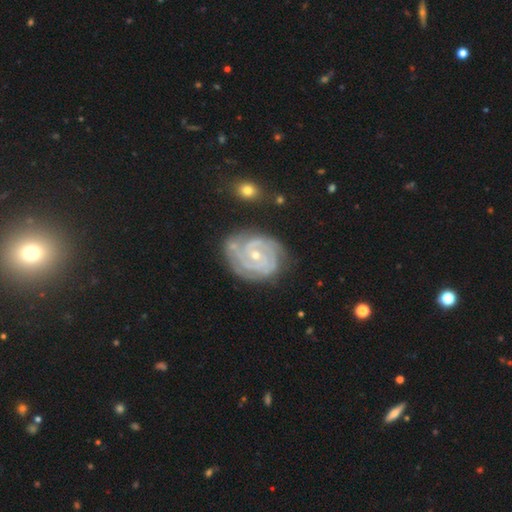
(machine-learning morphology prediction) Smooth or featured? Predicted: featured or disk (p=0.90). Edge-on disk? Predicted: no (p=0.98). Bar? Predicted: no (p=0.57). Spiral arms? Predicted: yes (p=0.98). Spiral winding? Predicted: tight (p=0.78). Spiral arm count? Predicted: 2 (p=0.34). Bulge size? Predicted: small (p=0.62). Merging? Predicted: none (p=0.70).